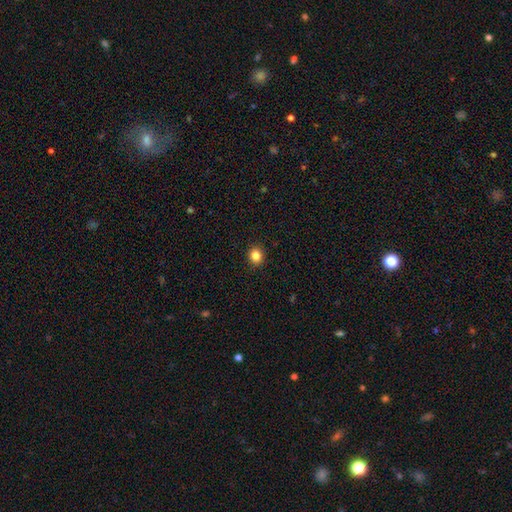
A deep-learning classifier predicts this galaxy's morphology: This is clearly a smooth galaxy (84%). How rounded: likely round (79%). Merging: clearly none (92%).